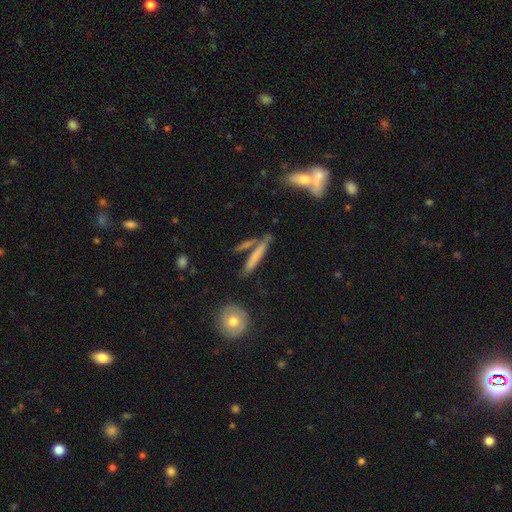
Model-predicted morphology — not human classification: type=smooth (60%); roundness=cigar-shaped (91%); merging=none (71%).